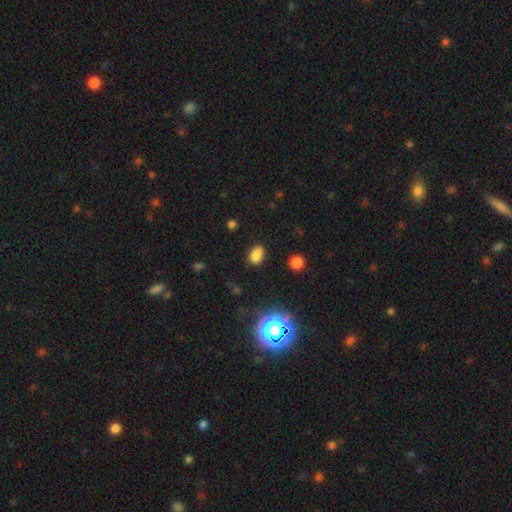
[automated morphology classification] A smooth galaxy with no disk features (77%) that is in between round and cigar-shaped (78%). Merging: none (76%).